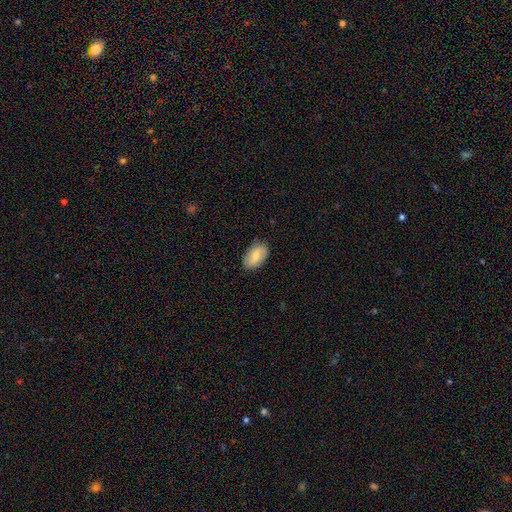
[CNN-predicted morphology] Q: Smooth or featured?
A: smooth (68%); runner-up: featured or disk (25%)
Q: How rounded?
A: in between (92%); runner-up: round (7%)
Q: Merging?
A: none (86%); runner-up: minor disturbance (11%)